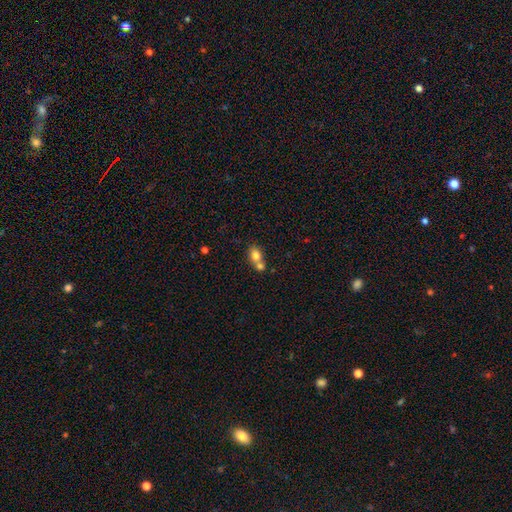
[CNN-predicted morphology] Smooth or featured?
  - smooth: 77% *
  - featured or disk: 12%
  - star or artifact: 10%
How rounded?
  - in between: 51% *
  - round: 48%
  - cigar-shaped: 1%
Merging?
  - merger: 57% *
  - none: 33%
  - minor disturbance: 8%
  - major disturbance: 3%